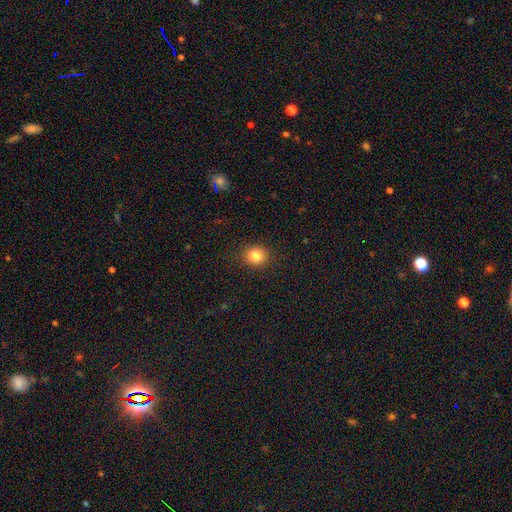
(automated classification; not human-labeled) Smooth or featured: smooth — 83% (star or artifact — 11%)
How rounded: round — 82% (in between — 17%)
Merging: none — 90% (minor disturbance — 7%)